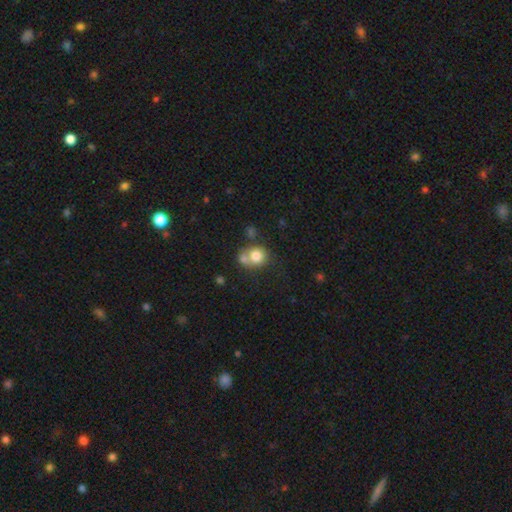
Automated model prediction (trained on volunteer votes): Smooth or featured? smooth (77%)
How rounded? round (74%)
Merging? merger (44%)